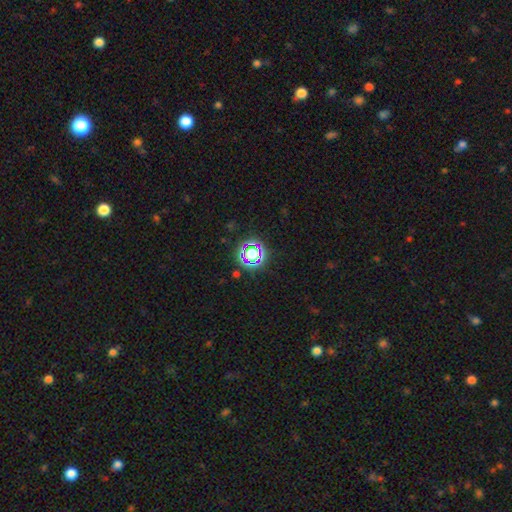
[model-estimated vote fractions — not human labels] Smooth or featured? star or artifact (61%)